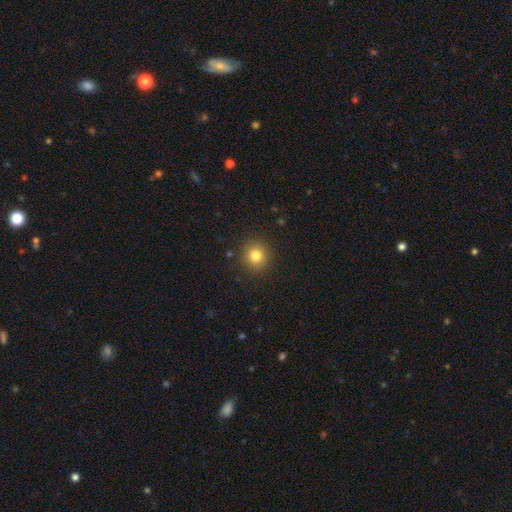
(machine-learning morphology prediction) smooth-or-featured: smooth: 81% | star or artifact: 13% | featured or disk: 6%
  how-rounded: round: 93% | in between: 6% | cigar-shaped: 1%
  merging: none: 90% | minor disturbance: 6% | major disturbance: 2% | merger: 1%